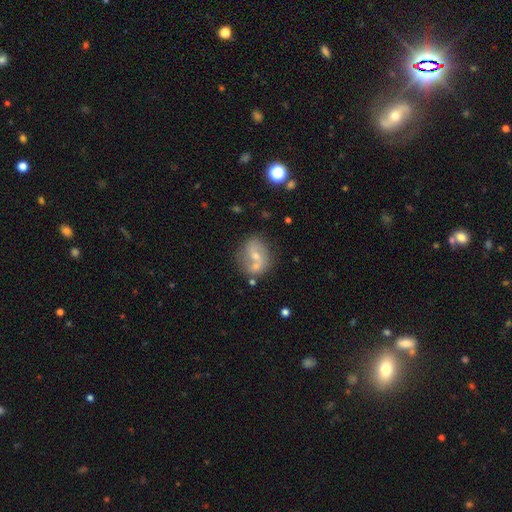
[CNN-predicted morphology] A featured or disk galaxy (55%) with no bar (49%), spiral arms (62%) and a small central bulge (56%). Merging: none (55%).